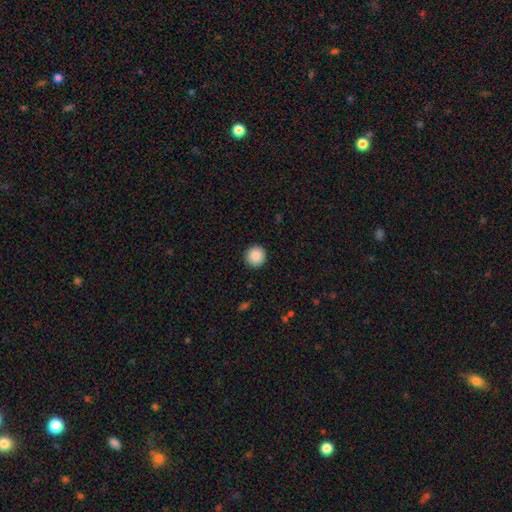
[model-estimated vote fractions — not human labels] The model was most divided on "smooth or featured": smooth: 89%, star or artifact: 8%, featured or disk: 3%. More confident: how rounded — round (95%); merging — none (92%).